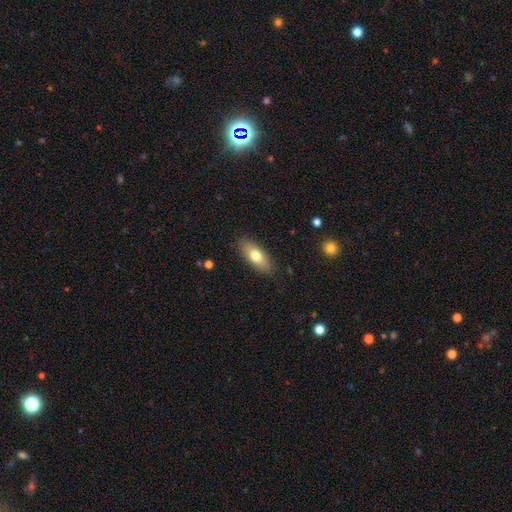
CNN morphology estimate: Smooth or featured? smooth (74%)
How rounded? in between (81%)
Merging? none (86%)